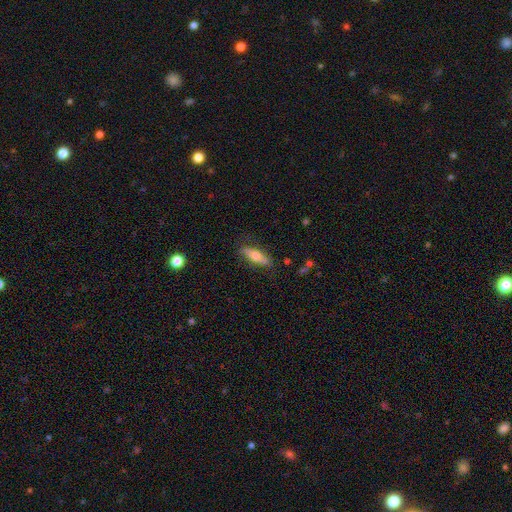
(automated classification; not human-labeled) Smooth or featured? smooth (61%)
How rounded? cigar-shaped (56%)
Merging? none (82%)